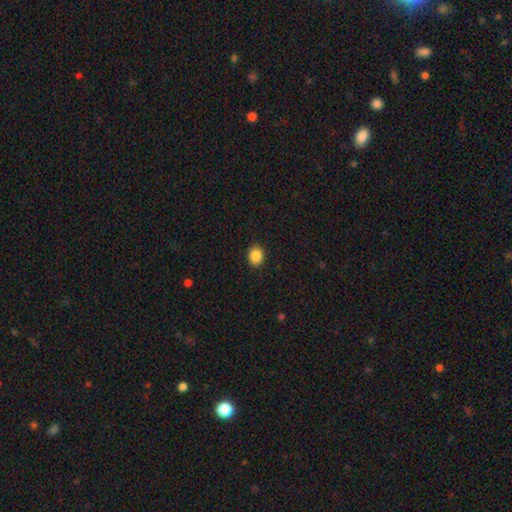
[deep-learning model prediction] This appears to be a smooth galaxy with no disk features (87%) that is round (54%). Merging: none (91%).